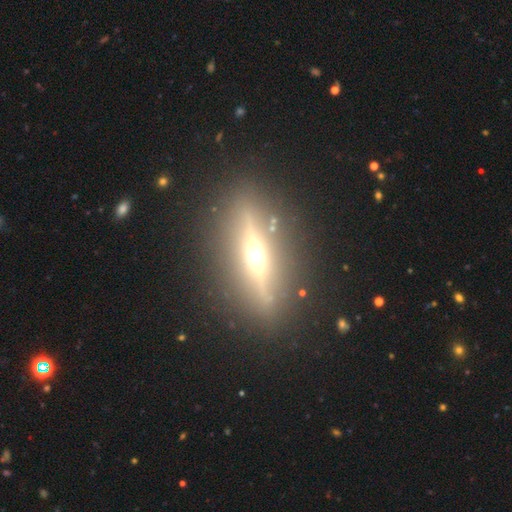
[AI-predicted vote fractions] This appears to be a featured or disk galaxy (78%) viewed edge-on (94%) with a rounded central bulge (95%). Merging: none (87%).